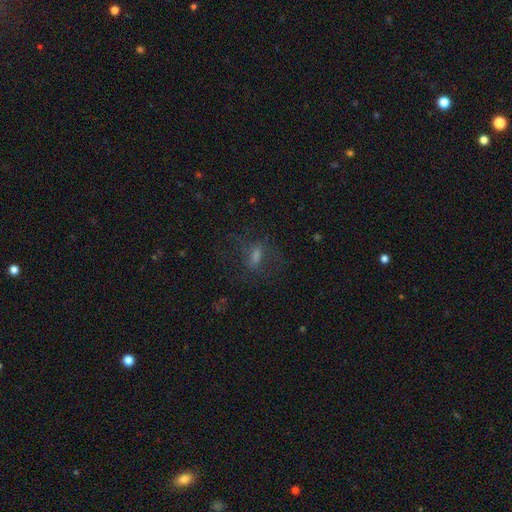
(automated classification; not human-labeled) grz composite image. It shows a smooth galaxy with no disk features (50%). Merging: none (59%).